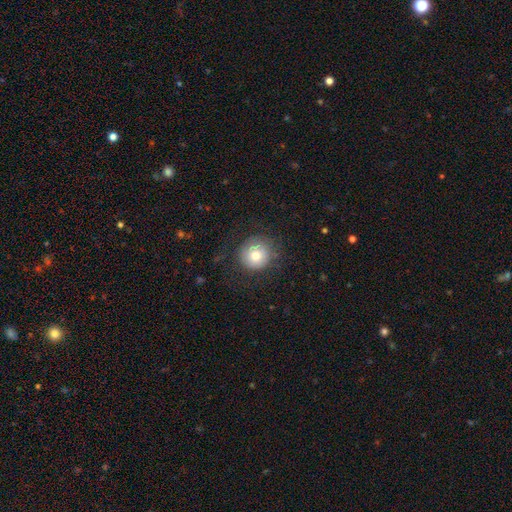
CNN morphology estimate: Overall: smooth (72%). How rounded: round (93%). Merging: none (77%).